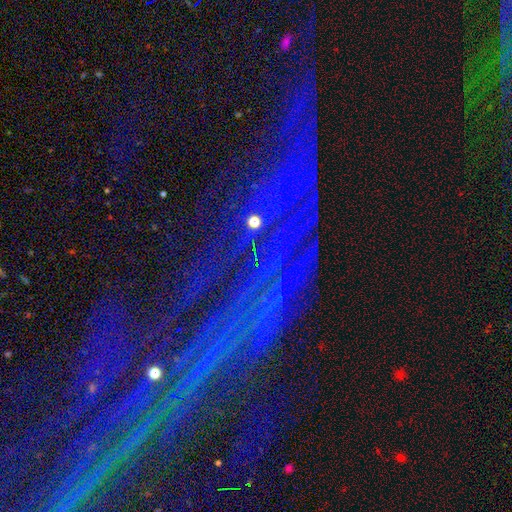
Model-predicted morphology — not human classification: star or artifact 82%, featured or disk 10%, smooth 8%.